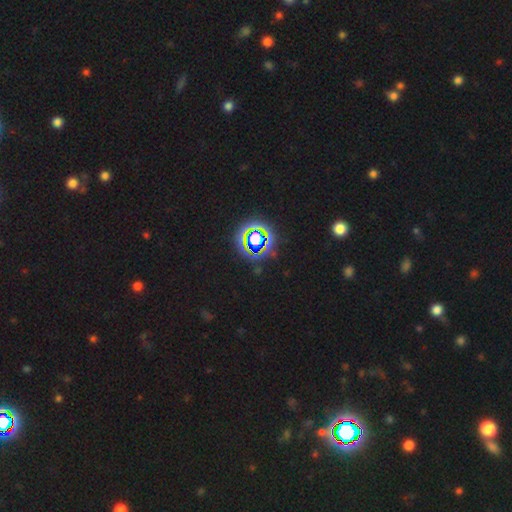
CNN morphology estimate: Smooth or featured? Predicted: star or artifact (p=0.80).